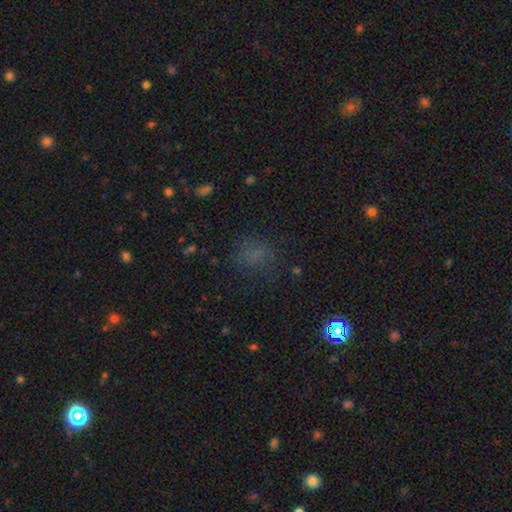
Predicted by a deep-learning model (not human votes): smooth_or_featured: smooth (p=0.58) [alt: star or artifact p=0.31]
how_rounded: round (p=0.56) [alt: in between p=0.42]
merging: none (p=0.70) [alt: minor disturbance p=0.17]